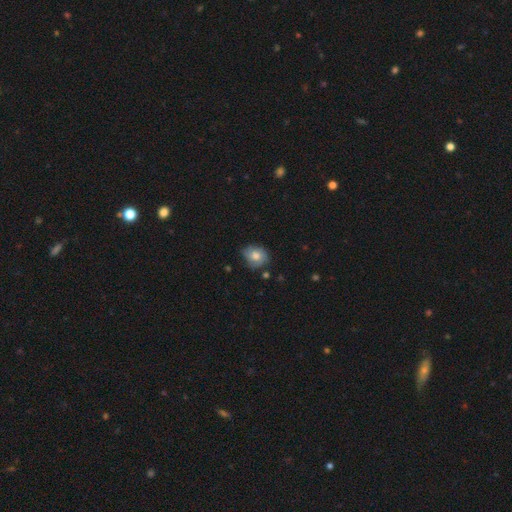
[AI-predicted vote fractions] A smooth galaxy with no disk features (70%) that is round (59%).

Vote fractions:
- Smooth or featured? smooth: 70% / featured or disk: 22% / star or artifact: 9%
- How rounded? round: 59% / in between: 40% / cigar-shaped: 1%
- Merging? none: 66% / minor disturbance: 26% / major disturbance: 6% / merger: 2%